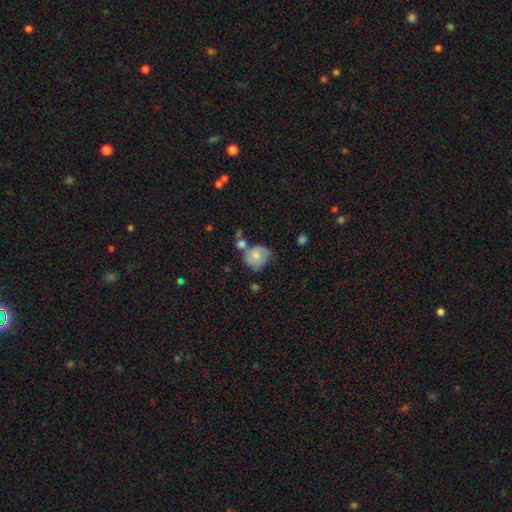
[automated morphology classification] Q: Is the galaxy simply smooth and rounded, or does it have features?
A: smooth — 70%.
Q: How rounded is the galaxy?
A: round — 71%.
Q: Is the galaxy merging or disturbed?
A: none — 39%.